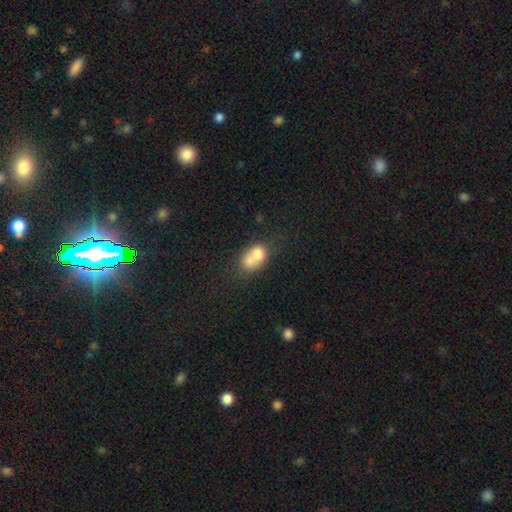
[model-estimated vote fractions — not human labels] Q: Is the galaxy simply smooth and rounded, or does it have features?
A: smooth — 71%.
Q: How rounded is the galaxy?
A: in between — 65%.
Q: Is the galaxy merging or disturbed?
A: merger — 58%.